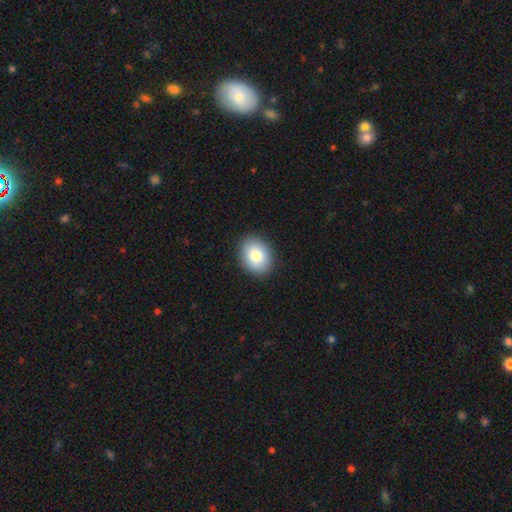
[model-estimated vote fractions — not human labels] A smooth galaxy with no disk features (83%) that is in between round and cigar-shaped (66%). Merging: none (90%).